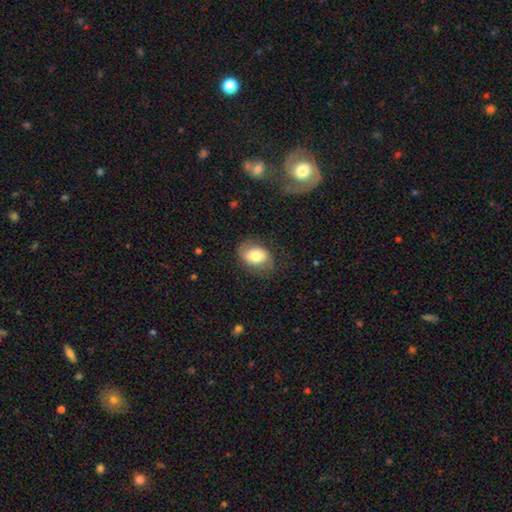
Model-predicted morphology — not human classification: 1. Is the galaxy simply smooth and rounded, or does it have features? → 72% smooth, 21% featured or disk, 7% star or artifact.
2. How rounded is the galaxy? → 70% in between, 29% round, 1% cigar-shaped.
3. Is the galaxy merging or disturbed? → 69% none, 21% minor disturbance, 9% major disturbance, 1% merger.